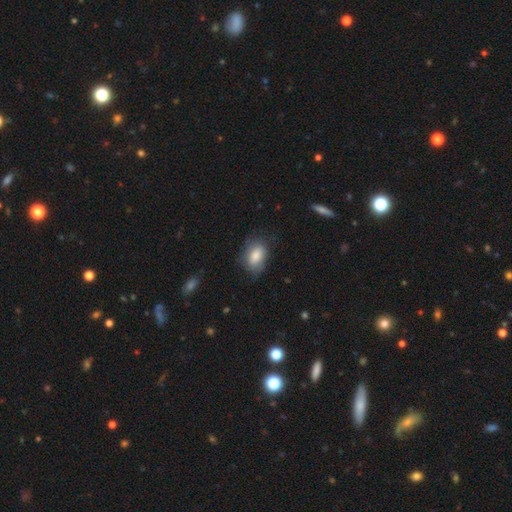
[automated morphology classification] type=smooth (79%); roundness=in between (87%); merging=none (67%).